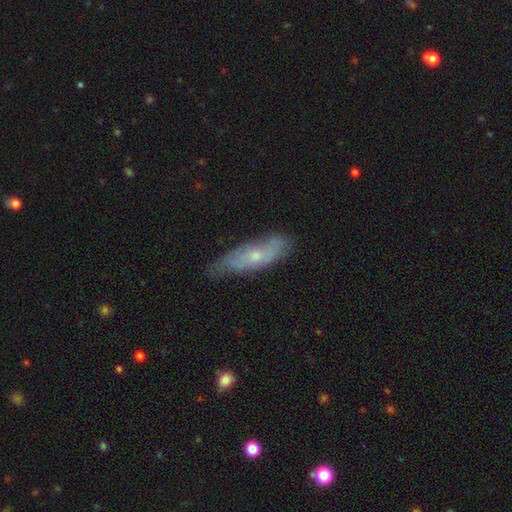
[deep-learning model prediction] Smooth or featured? featured or disk (48%)
Merging? none (55%)